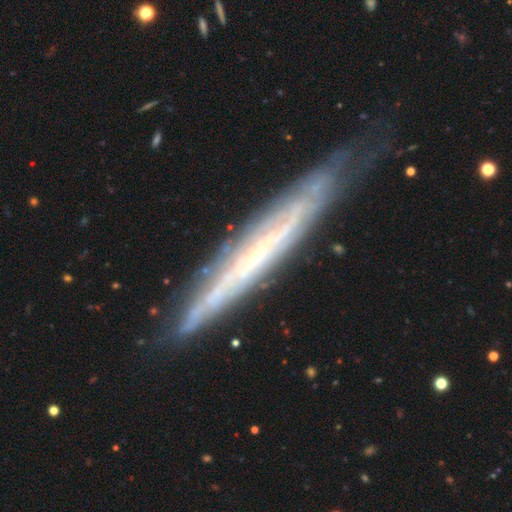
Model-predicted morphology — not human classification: Smooth or featured? featured or disk (75%)
Edge-on disk? yes (75%)
Edge-on bulge? none (78%)
Merging? none (72%)